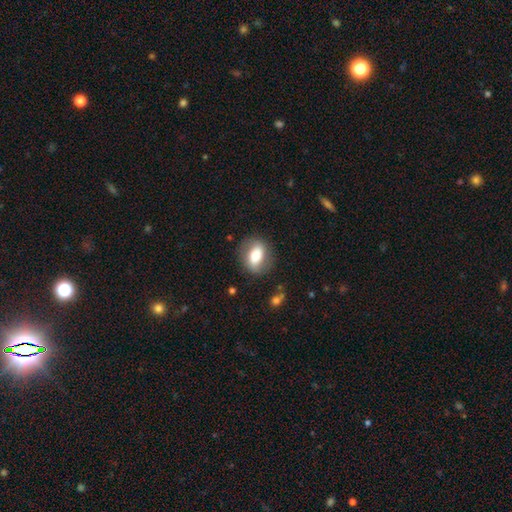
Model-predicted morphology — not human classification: This appears to be a smooth galaxy with no disk features (61%) that is in between round and cigar-shaped (66%). Merging: none (80%).